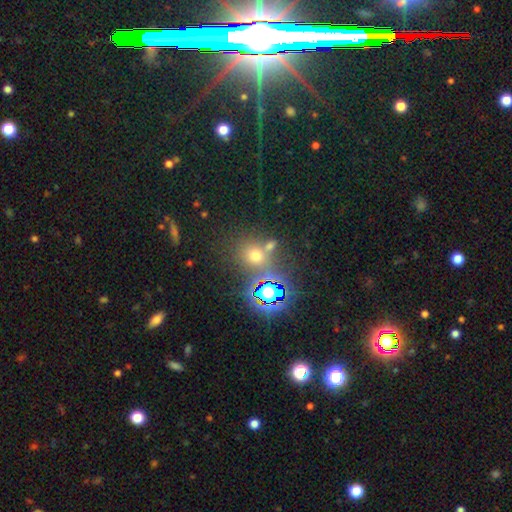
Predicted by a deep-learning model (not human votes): Overall: smooth (52%; star or artifact 37%). How rounded: round (76%). Merging: none (62%).